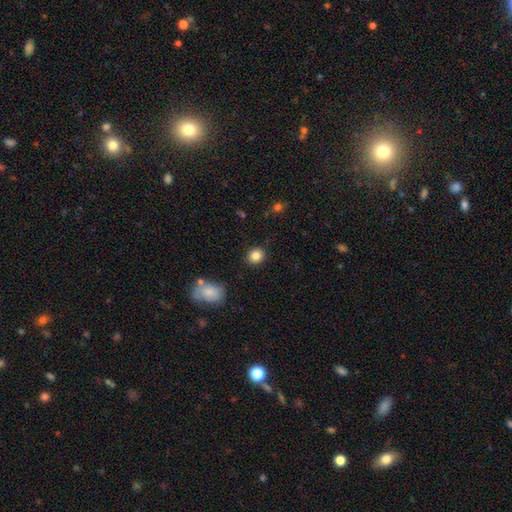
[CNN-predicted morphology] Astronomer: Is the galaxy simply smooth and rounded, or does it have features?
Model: smooth — 85%.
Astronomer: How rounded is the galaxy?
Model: round — 78%.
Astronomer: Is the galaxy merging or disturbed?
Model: none — 86%.